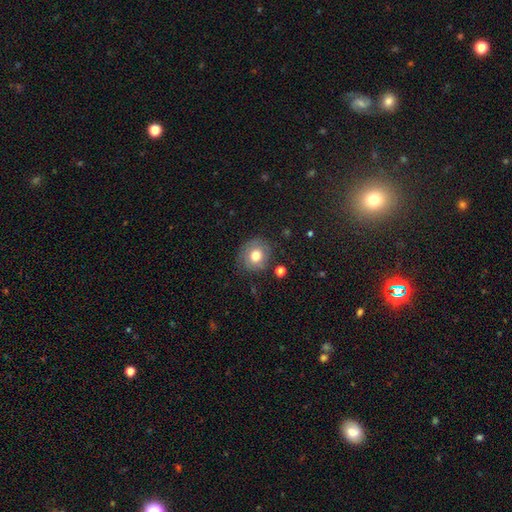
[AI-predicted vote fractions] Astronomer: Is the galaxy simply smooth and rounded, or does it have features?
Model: smooth — 69%.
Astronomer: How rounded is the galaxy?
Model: round — 82%.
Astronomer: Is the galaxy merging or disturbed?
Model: none — 77%.